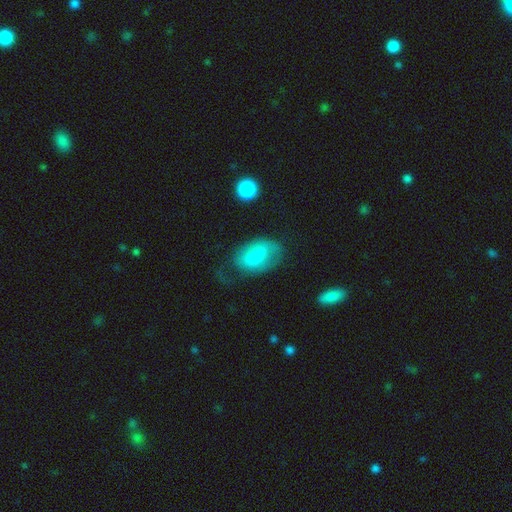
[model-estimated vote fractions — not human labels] This is likely a smooth galaxy (64%). How rounded: clearly in between (90%). Merging: marginally none (42%).